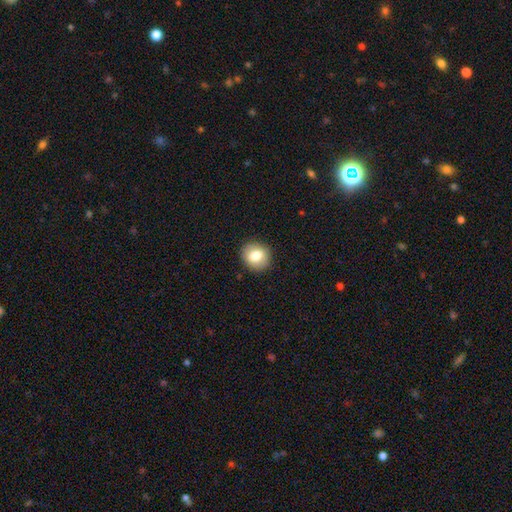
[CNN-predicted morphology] The model was most divided on "how rounded": round: 80%, in between: 19%, cigar-shaped: 1%. More confident: merging — none (90%); smooth or featured — smooth (79%).